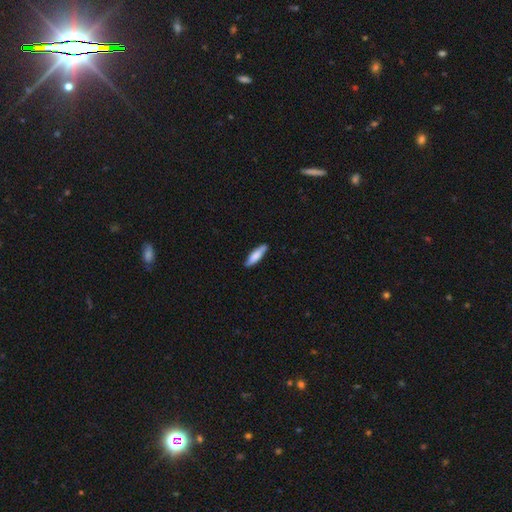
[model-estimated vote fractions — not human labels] Smooth or featured: smooth — 76% (featured or disk — 18%)
How rounded: cigar-shaped — 63% (in between — 35%)
Merging: none — 82% (minor disturbance — 15%)